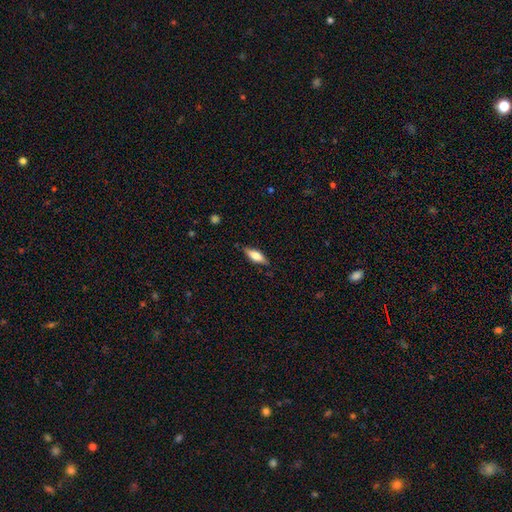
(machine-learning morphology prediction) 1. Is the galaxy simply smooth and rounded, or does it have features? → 61% smooth, 32% featured or disk, 7% star or artifact.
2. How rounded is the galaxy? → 57% in between, 40% cigar-shaped, 2% round.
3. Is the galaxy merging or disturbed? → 81% none, 14% minor disturbance, 3% major disturbance, 1% merger.